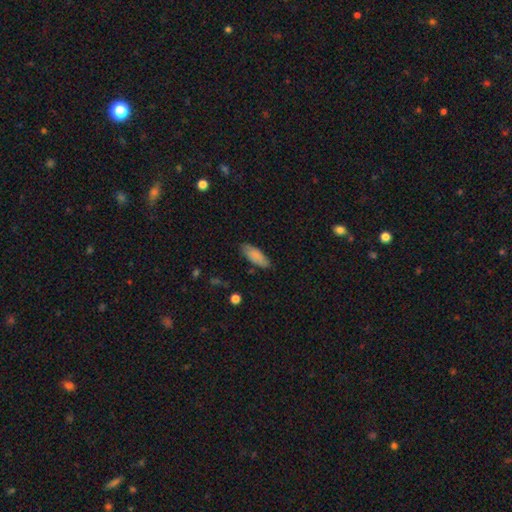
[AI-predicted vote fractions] Overall: smooth (84%). How rounded: in between (77%). Merging: none (78%).